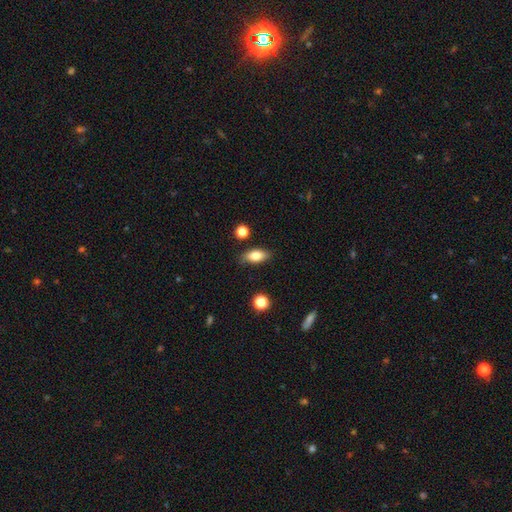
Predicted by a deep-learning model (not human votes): A smooth galaxy with no disk features (78%) that is in between round and cigar-shaped (84%).

Vote fractions:
- Smooth or featured? smooth: 78% / featured or disk: 14% / star or artifact: 8%
- How rounded? in between: 84% / cigar-shaped: 10% / round: 6%
- Merging? none: 83% / minor disturbance: 12% / merger: 3% / major disturbance: 3%